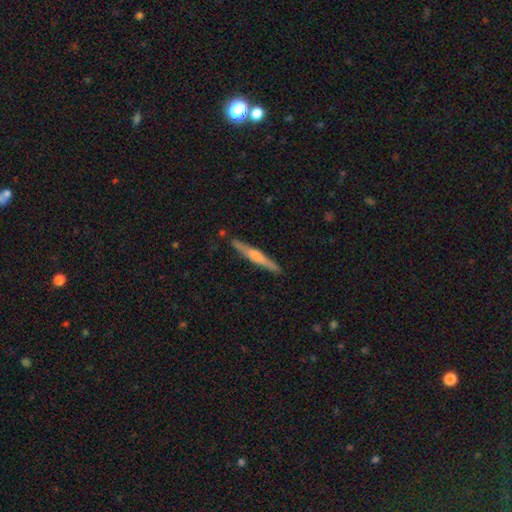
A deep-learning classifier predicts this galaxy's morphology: Smooth or featured?
  - featured or disk: 58% *
  - smooth: 37%
  - star or artifact: 5%
Edge-on disk?
  - yes: 97% *
  - no: 3%
Edge-on bulge?
  - rounded: 61% *
  - none: 20%
  - boxy: 18%
Merging?
  - none: 88% *
  - minor disturbance: 9%
  - major disturbance: 2%
  - merger: 2%